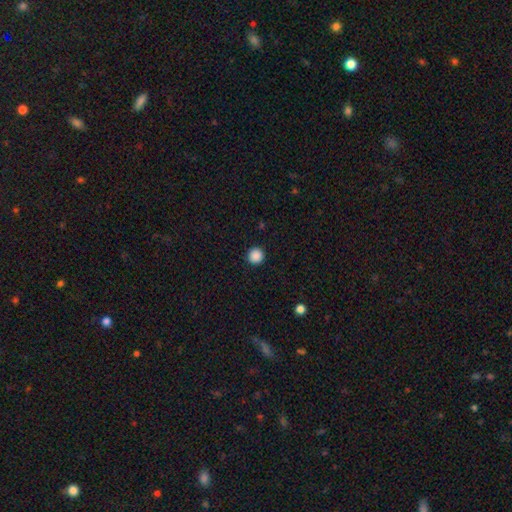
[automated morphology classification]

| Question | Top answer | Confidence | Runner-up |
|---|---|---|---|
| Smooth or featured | smooth | 88% | star or artifact (10%) |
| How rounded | round | 95% | in between (4%) |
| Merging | none | 93% | minor disturbance (4%) |